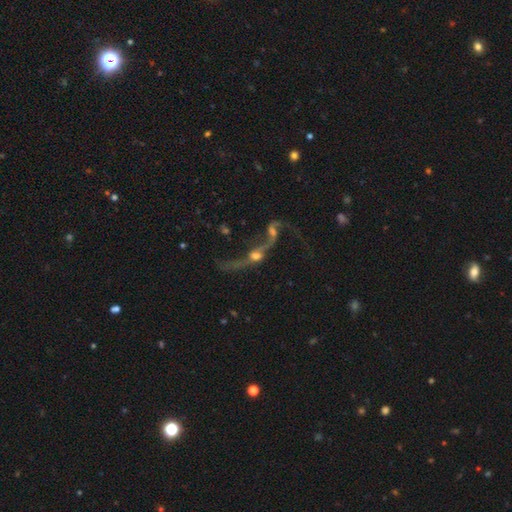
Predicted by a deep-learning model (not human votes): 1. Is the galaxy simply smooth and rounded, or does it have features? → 64% featured or disk, 21% smooth, 15% star or artifact.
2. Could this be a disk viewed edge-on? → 72% no, 28% yes.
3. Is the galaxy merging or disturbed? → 61% merger, 18% major disturbance, 14% none, 7% minor disturbance.